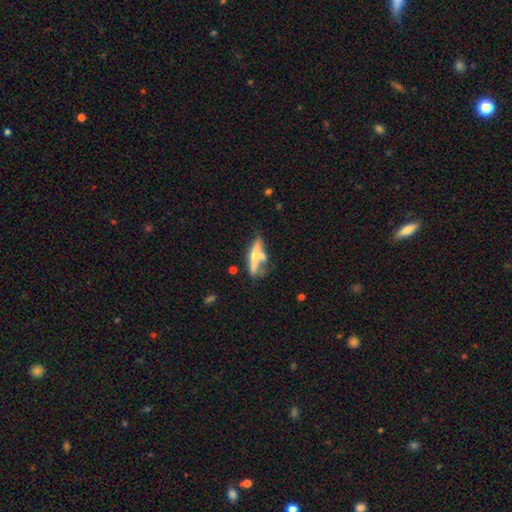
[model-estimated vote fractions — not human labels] Q: Smooth or featured?
A: featured or disk (54%); runner-up: smooth (40%)
Q: Edge-on disk?
A: yes (91%); runner-up: no (9%)
Q: Merging?
A: none (55%); runner-up: merger (21%)